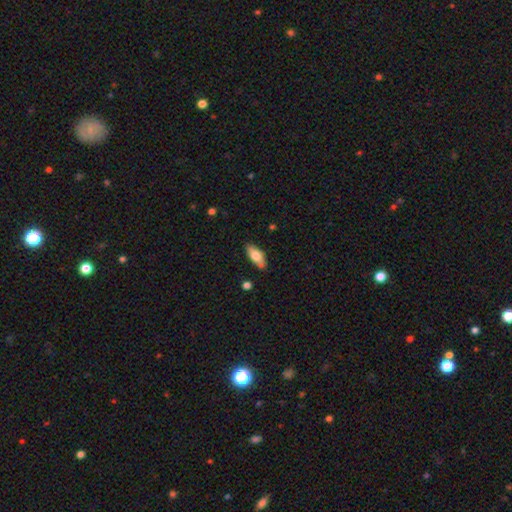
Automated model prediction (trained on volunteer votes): Overall: smooth (73%). How rounded: in between (81%). Merging: none (79%).